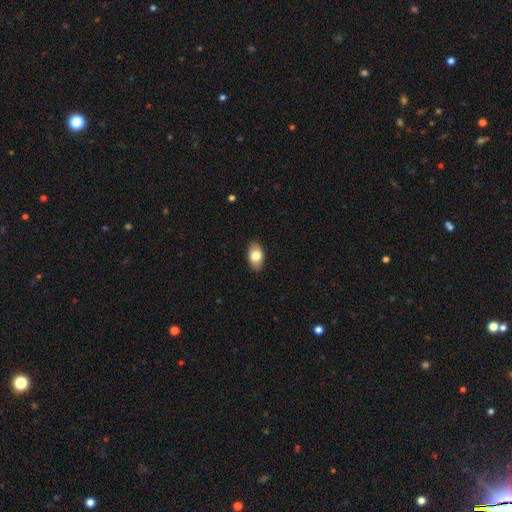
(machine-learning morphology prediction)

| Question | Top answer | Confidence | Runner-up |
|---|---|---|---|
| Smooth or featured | smooth | 80% | featured or disk (13%) |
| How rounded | in between | 90% | round (8%) |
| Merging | none | 88% | minor disturbance (9%) |